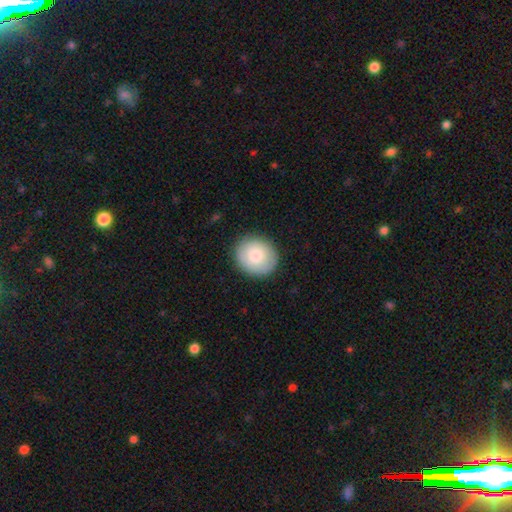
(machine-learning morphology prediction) smooth_or_featured: smooth (p=0.79) [alt: featured or disk p=0.15]
how_rounded: round (p=0.79) [alt: in between p=0.20]
merging: none (p=0.88) [alt: minor disturbance p=0.09]